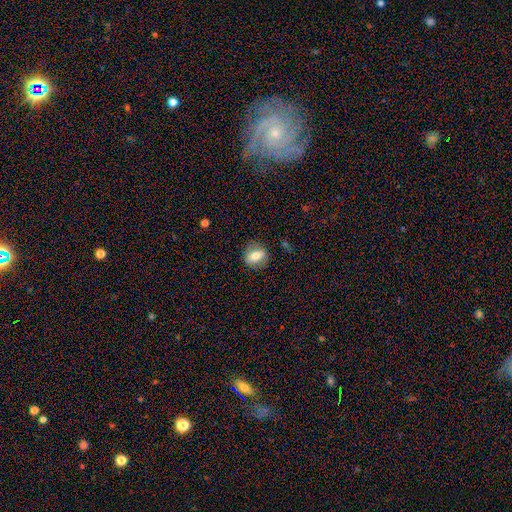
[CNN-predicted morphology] Smooth or featured: smooth — 63% (featured or disk — 28%)
How rounded: round — 54% (in between — 43%)
Merging: none — 80% (minor disturbance — 14%)